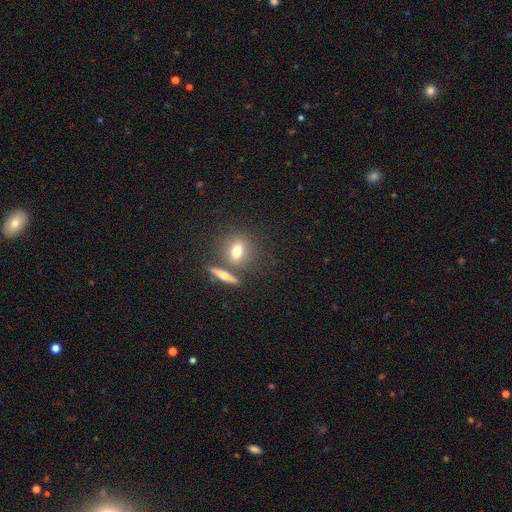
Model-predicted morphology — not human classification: The model was most divided on "smooth or featured": smooth: 58%, star or artifact: 24%, featured or disk: 18%. More confident: how rounded — round (77%); merging — none (65%).